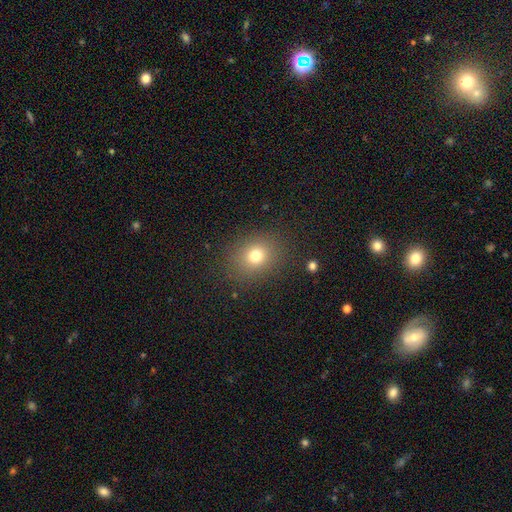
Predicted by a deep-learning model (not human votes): Smooth or featured? Predicted: smooth (p=0.75). How rounded? Predicted: round (p=0.62). Merging? Predicted: none (p=0.85).